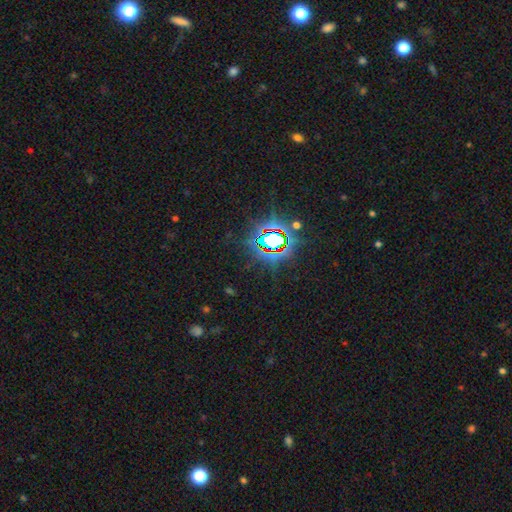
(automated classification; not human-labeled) A star or artifact, not a galaxy (83%).